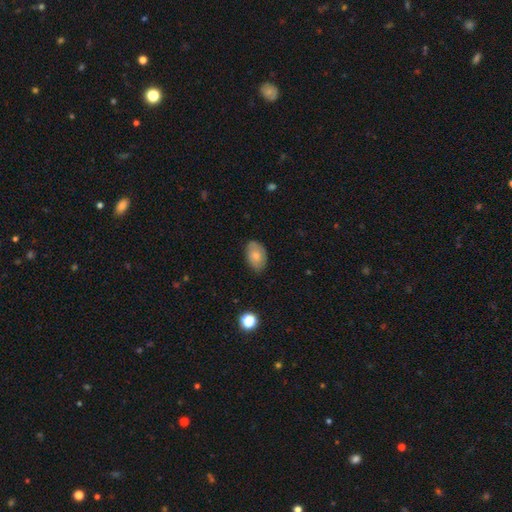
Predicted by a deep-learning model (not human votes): Q: Smooth or featured?
A: smooth (72%); runner-up: featured or disk (20%)
Q: How rounded?
A: in between (87%); runner-up: round (11%)
Q: Merging?
A: none (76%); runner-up: minor disturbance (19%)